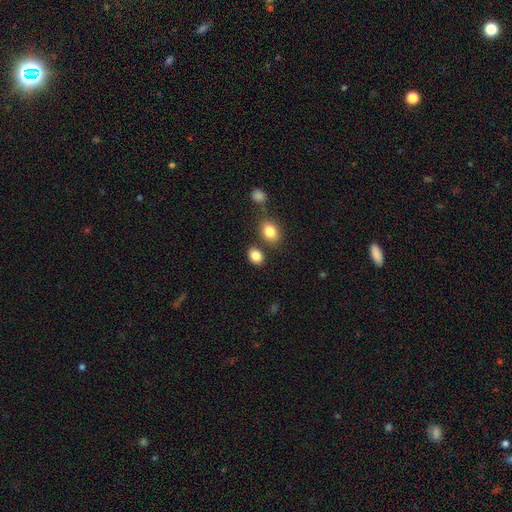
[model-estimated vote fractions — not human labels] smooth-or-featured: smooth: 85% | star or artifact: 9% | featured or disk: 6%
  how-rounded: in between: 60% | round: 39% | cigar-shaped: 1%
  merging: none: 74% | merger: 12% | minor disturbance: 10% | major disturbance: 3%